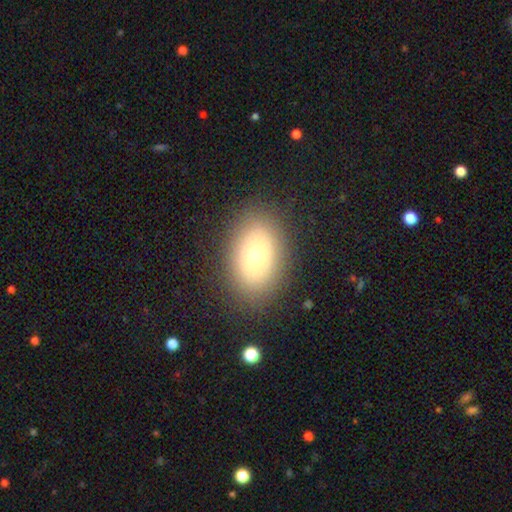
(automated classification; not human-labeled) Smooth or featured? smooth (65%)
How rounded? in between (78%)
Merging? none (83%)